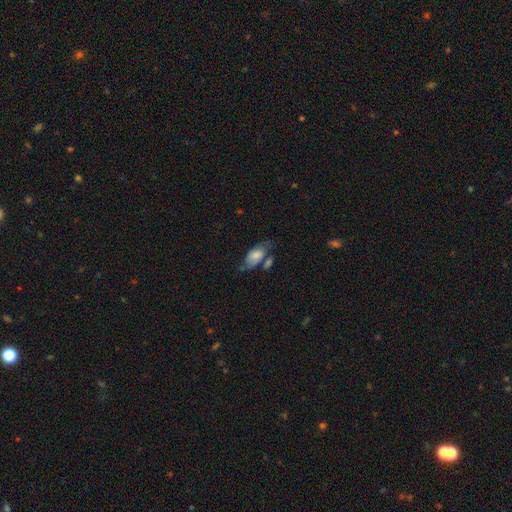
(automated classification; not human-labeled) This appears to be a smooth galaxy with no disk features (63%) that is in between round and cigar-shaped (91%). Merging: none (39%).